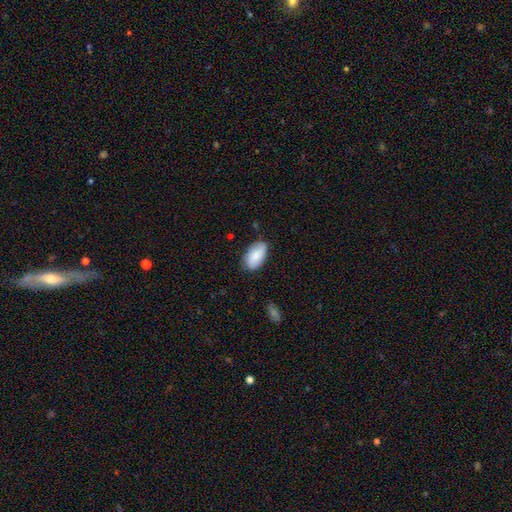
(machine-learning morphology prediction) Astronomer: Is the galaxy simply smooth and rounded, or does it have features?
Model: smooth — 84%.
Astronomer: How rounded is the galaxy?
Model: in between — 95%.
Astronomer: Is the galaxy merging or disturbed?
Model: none — 76%.